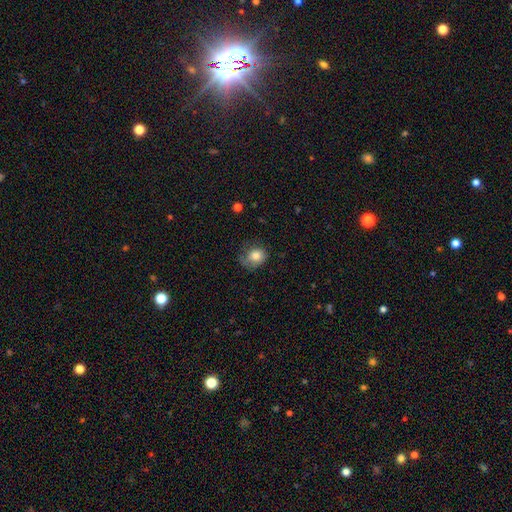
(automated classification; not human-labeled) smooth 80%, featured or disk 12%, star or artifact 8%. Down the decision tree: how rounded — round (60%); merging — none (50%).